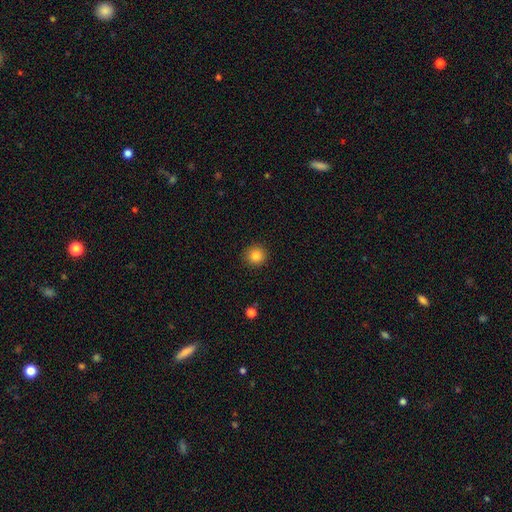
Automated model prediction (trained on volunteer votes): This is clearly a smooth galaxy (85%). How rounded: clearly round (94%). Merging: clearly none (92%).